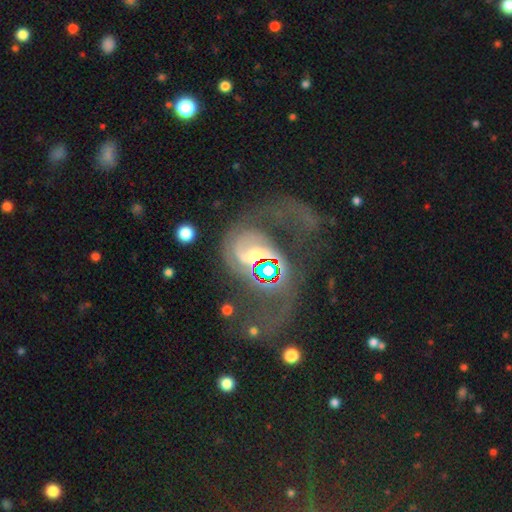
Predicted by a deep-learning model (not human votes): Q: Smooth or featured?
A: featured or disk (72%); runner-up: star or artifact (15%)
Q: Edge-on disk?
A: no (96%); runner-up: yes (4%)
Q: Bar?
A: no (41%); runner-up: weak (33%)
Q: Spiral arms?
A: yes (84%); runner-up: no (16%)
Q: Spiral winding?
A: medium (42%); runner-up: loose (31%)
Q: Spiral arm count?
A: 2 (54%); runner-up: 1 (25%)
Q: Bulge size?
A: moderate (53%); runner-up: small (21%)
Q: Merging?
A: major disturbance (42%); runner-up: none (33%)